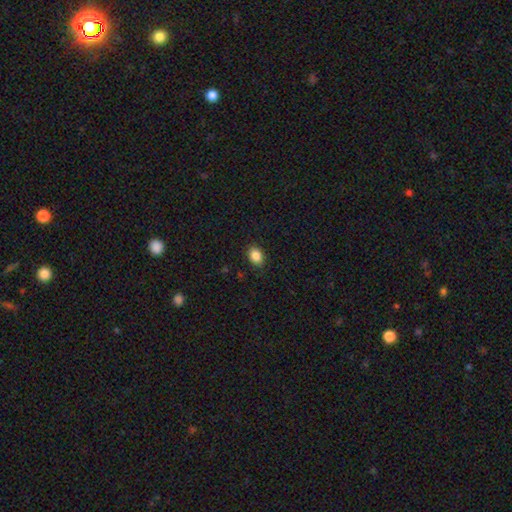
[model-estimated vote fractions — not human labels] smooth-or-featured: smooth: 87% | star or artifact: 9% | featured or disk: 4%
  how-rounded: in between: 71% | round: 28% | cigar-shaped: 1%
  merging: none: 88% | minor disturbance: 9% | major disturbance: 2% | merger: 1%